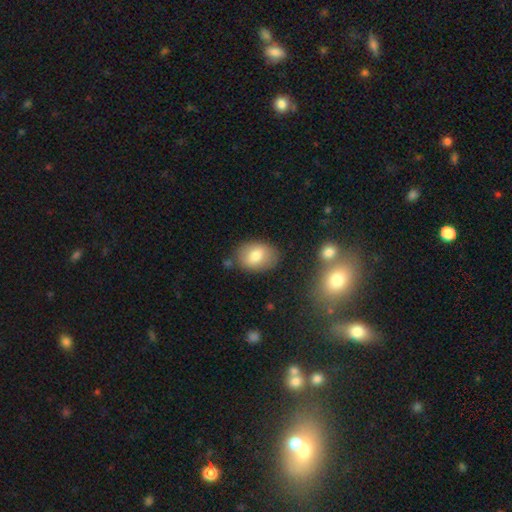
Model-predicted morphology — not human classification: type=smooth (74%); roundness=in between (75%); merging=none (78%).